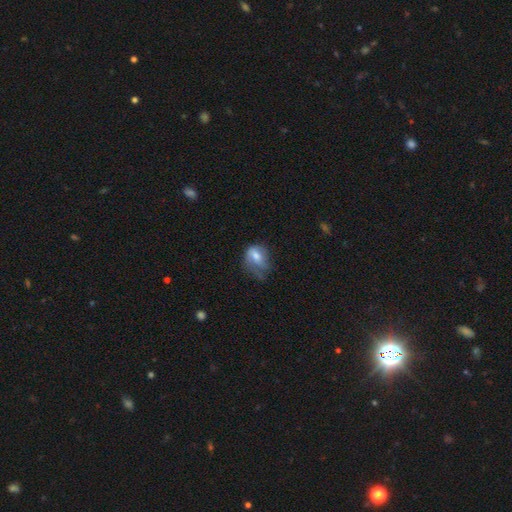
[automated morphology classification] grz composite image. It shows a smooth galaxy with no disk features (64%) that is in between round and cigar-shaped (65%). Merging: minor disturbance (35%).